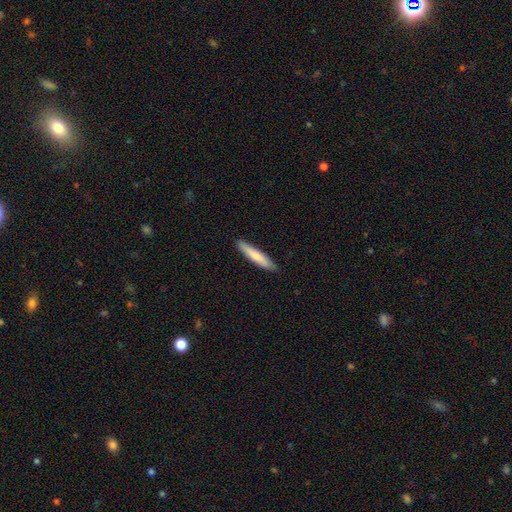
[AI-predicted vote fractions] The model was most divided on "smooth or featured": smooth: 73%, featured or disk: 22%, star or artifact: 5%. More confident: how rounded — cigar-shaped (90%); merging — none (88%).